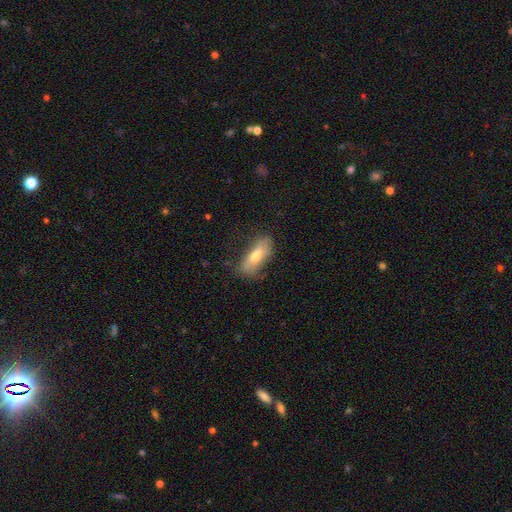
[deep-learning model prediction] Overall: smooth (62%; featured or disk 30%). How rounded: in between (68%; cigar-shaped 29%). Merging: none (64%; minor disturbance 25%).